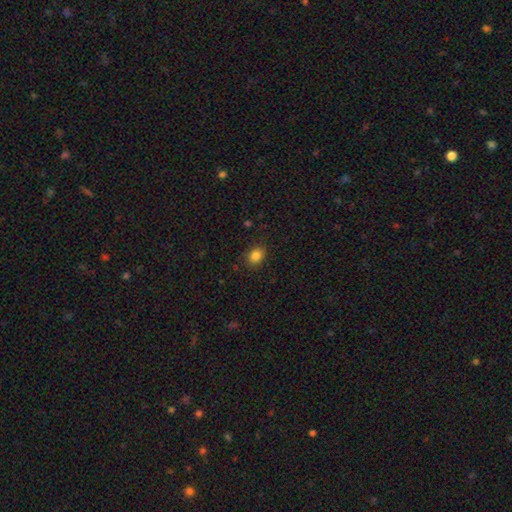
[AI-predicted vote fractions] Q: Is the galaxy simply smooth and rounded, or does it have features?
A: smooth — 84%.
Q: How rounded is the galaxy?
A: in between — 51%.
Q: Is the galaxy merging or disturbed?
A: none — 85%.